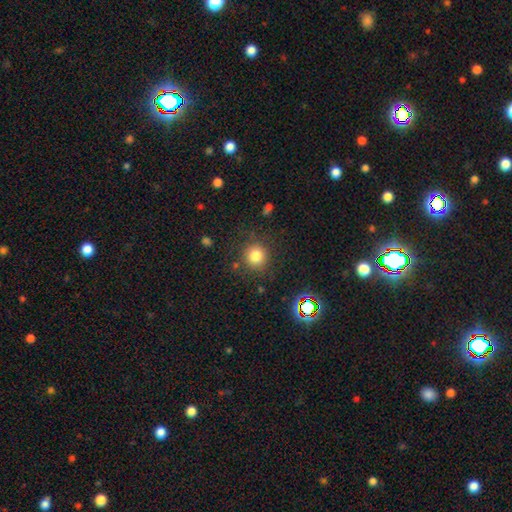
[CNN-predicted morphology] smooth_or_featured: smooth (p=0.80) [alt: star or artifact p=0.14]
how_rounded: round (p=0.92) [alt: in between p=0.07]
merging: none (p=0.84) [alt: minor disturbance p=0.09]